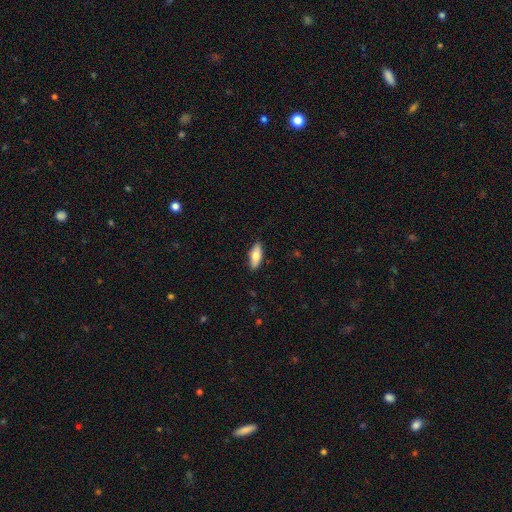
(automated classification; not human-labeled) Smooth or featured? smooth (74%)
How rounded? in between (76%)
Merging? none (87%)